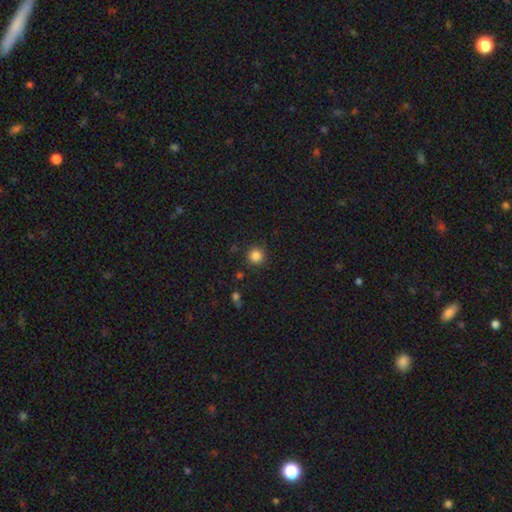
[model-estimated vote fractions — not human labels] Overall: smooth (84%). How rounded: round (95%). Merging: none (89%).